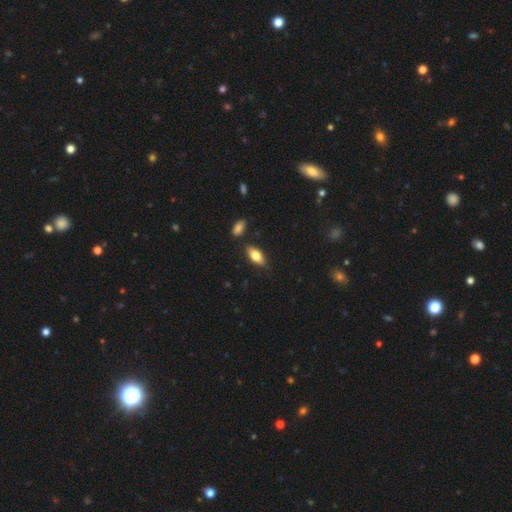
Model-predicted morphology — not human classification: Smooth or featured?
  - smooth: 78% *
  - featured or disk: 16%
  - star or artifact: 7%
How rounded?
  - in between: 87% *
  - cigar-shaped: 10%
  - round: 3%
Merging?
  - none: 81% *
  - minor disturbance: 12%
  - merger: 4%
  - major disturbance: 3%